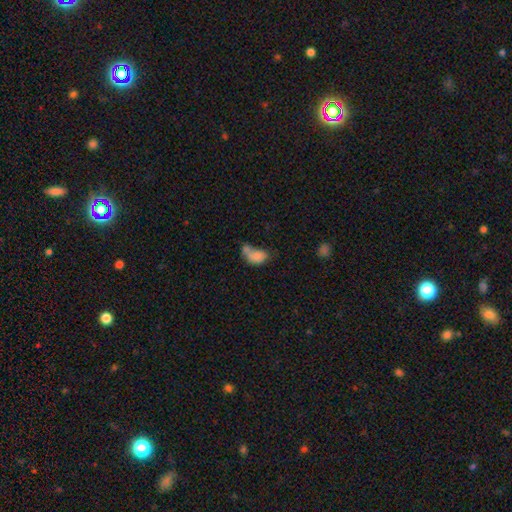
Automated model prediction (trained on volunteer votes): A smooth galaxy with no disk features (76%) that is in between round and cigar-shaped (86%).

Vote fractions:
- Smooth or featured? smooth: 76% / featured or disk: 13% / star or artifact: 10%
- How rounded? in between: 86% / round: 12% / cigar-shaped: 2%
- Merging? merger: 39% / none: 24% / major disturbance: 19% / minor disturbance: 18%